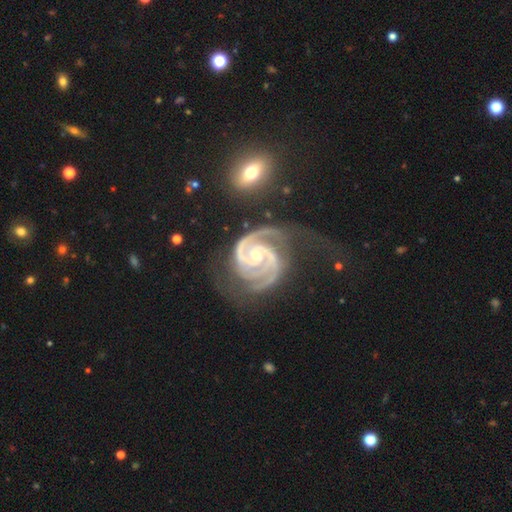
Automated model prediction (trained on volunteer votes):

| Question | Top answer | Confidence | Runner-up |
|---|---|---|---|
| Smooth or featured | featured or disk | 95% | star or artifact (3%) |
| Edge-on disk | no | 98% | yes (2%) |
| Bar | no | 52% | weak (33%) |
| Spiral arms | yes | 99% | no (1%) |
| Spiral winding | tight | 65% | medium (31%) |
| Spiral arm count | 3 | 41% | 2 (38%) |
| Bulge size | small | 59% | moderate (37%) |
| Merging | none | 52% | minor disturbance (24%) |